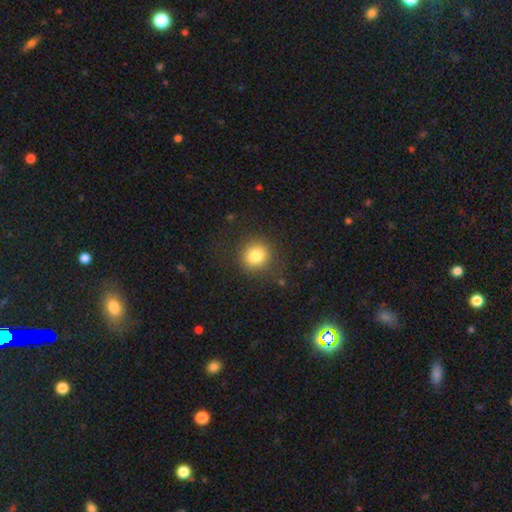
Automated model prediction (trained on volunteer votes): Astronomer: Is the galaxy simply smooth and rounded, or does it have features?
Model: smooth — 82%.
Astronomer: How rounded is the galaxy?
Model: round — 86%.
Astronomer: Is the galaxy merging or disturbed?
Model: none — 84%.